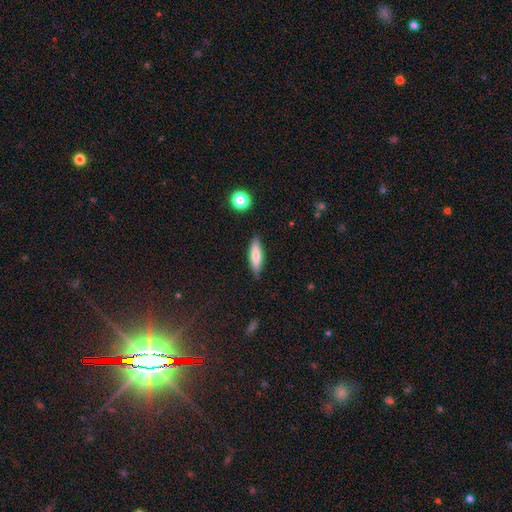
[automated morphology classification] smooth_or_featured: smooth (p=0.74) [alt: featured or disk p=0.20]
how_rounded: cigar-shaped (p=0.65) [alt: in between p=0.33]
merging: none (p=0.84) [alt: minor disturbance p=0.12]